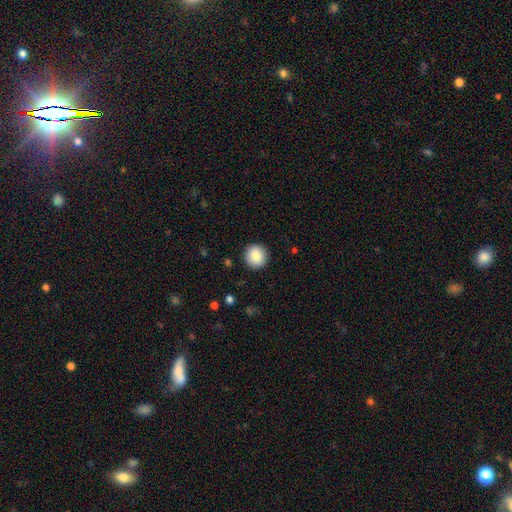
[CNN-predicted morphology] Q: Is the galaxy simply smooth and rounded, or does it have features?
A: smooth — 86%.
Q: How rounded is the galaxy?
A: round — 94%.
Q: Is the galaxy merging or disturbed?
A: none — 92%.